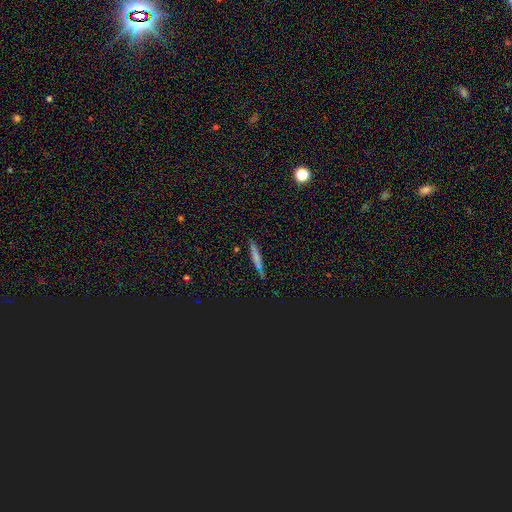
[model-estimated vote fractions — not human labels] Morphology: type=smooth (58%); roundness=cigar-shaped (91%); merging=none (85%).